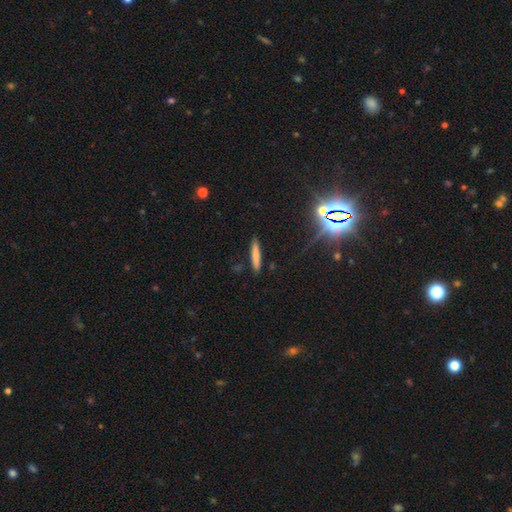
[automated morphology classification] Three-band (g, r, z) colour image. It shows a smooth galaxy with no disk features (77%) that is cigar-shaped (92%). Merging: none (88%).